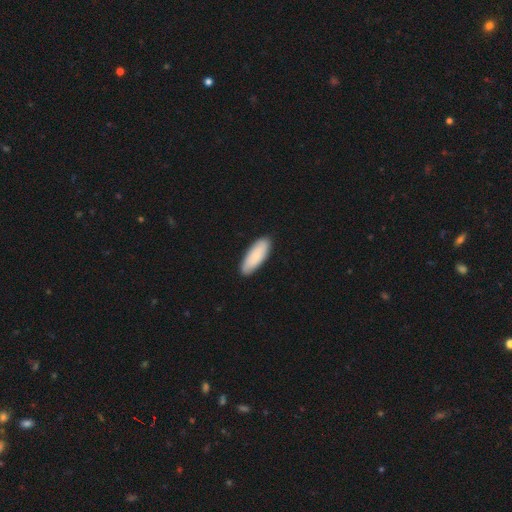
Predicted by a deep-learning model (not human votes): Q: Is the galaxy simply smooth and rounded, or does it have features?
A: smooth — 81%.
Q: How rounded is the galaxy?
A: in between — 69%.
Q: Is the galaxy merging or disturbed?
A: none — 88%.